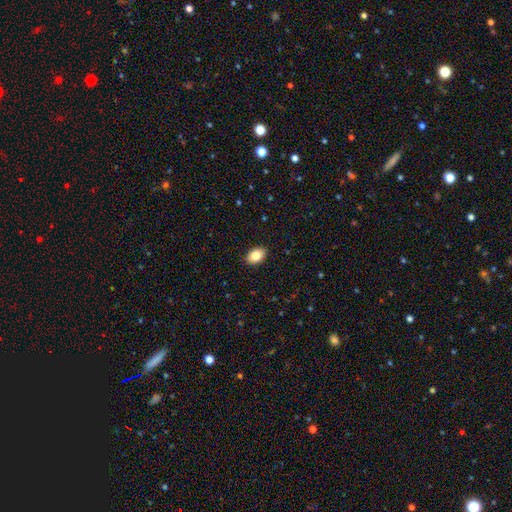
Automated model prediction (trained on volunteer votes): This appears to be a smooth galaxy with no disk features (84%) that is in between round and cigar-shaped (86%). Merging: none (89%).